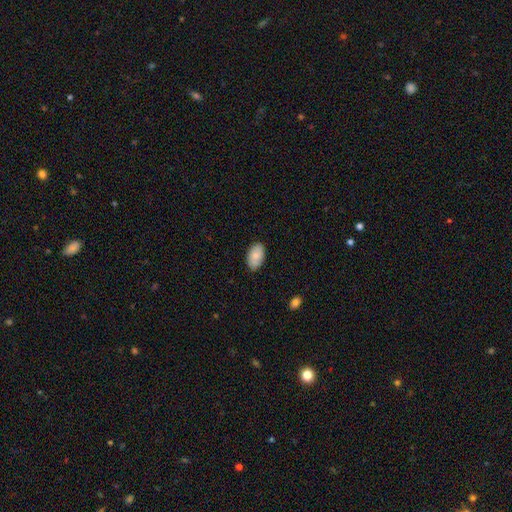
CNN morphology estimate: Overall: smooth (79%). How rounded: in between (94%). Merging: none (83%).